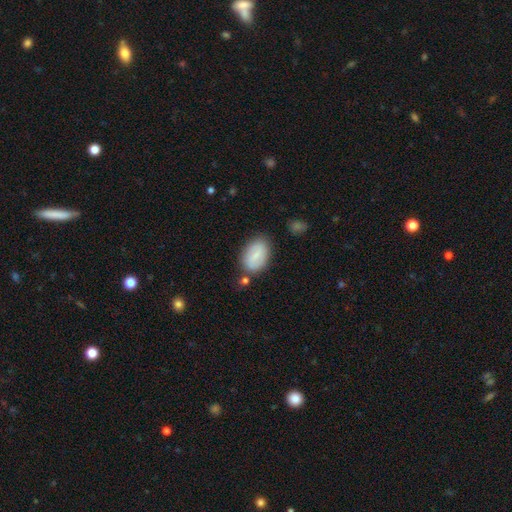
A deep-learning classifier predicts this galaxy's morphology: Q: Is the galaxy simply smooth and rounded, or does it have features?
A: smooth — 65%.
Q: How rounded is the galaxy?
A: in between — 88%.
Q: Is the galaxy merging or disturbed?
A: none — 74%.